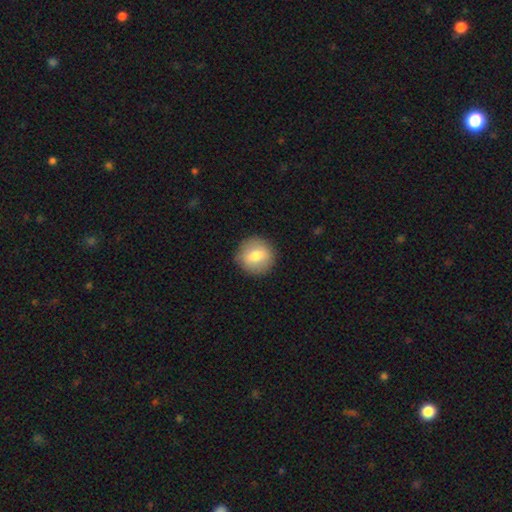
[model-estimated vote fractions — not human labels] This appears to be a smooth galaxy with no disk features (73%) that is round (90%). Merging: none (88%).